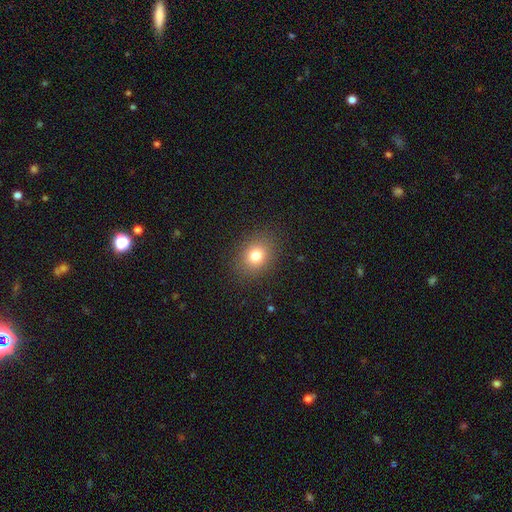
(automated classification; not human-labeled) Morphology: type=smooth (78%); roundness=round (55%); merging=none (88%).